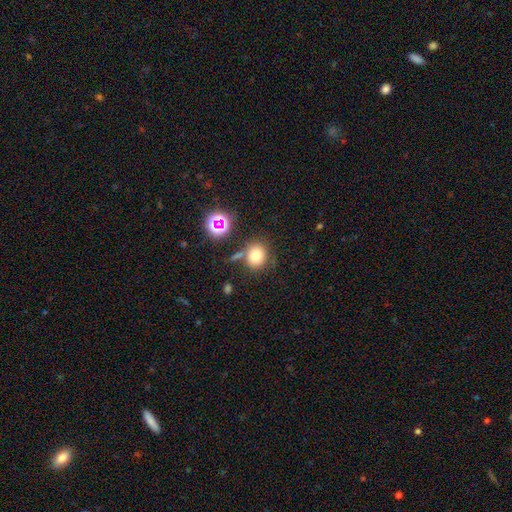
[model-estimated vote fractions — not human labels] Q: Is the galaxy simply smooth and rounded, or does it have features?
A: smooth — 74%.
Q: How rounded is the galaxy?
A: round — 79%.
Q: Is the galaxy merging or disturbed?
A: none — 69%.